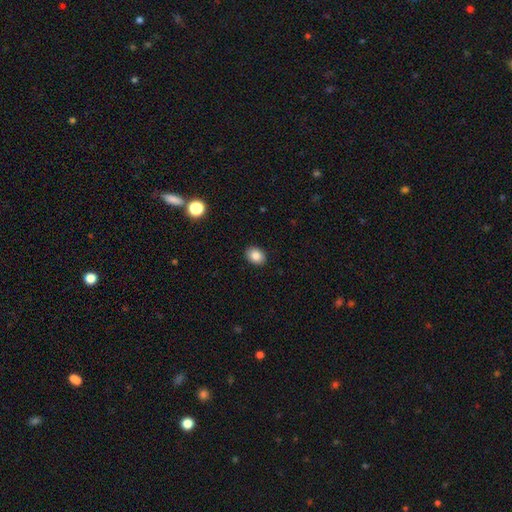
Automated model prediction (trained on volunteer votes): A smooth galaxy with no disk features (84%) that is in between round and cigar-shaped (61%).

Vote fractions:
- Smooth or featured? smooth: 84% / star or artifact: 9% / featured or disk: 7%
- How rounded? in between: 61% / round: 38% / cigar-shaped: 1%
- Merging? none: 90% / minor disturbance: 7% / major disturbance: 2% / merger: 1%